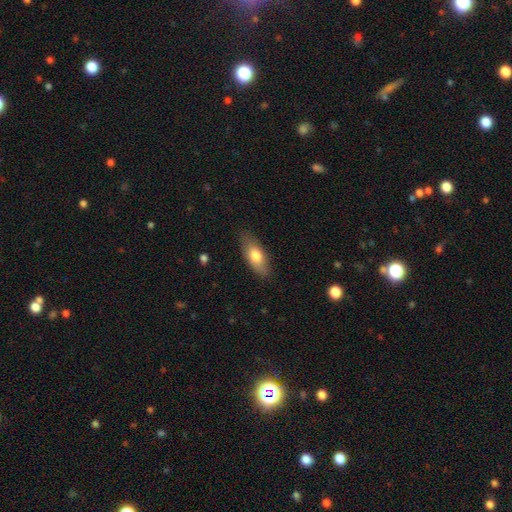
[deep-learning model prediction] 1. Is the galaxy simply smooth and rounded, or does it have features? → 72% smooth, 21% featured or disk, 6% star or artifact.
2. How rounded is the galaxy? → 78% in between, 19% cigar-shaped, 3% round.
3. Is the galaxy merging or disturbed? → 81% none, 15% minor disturbance, 3% major disturbance, 1% merger.